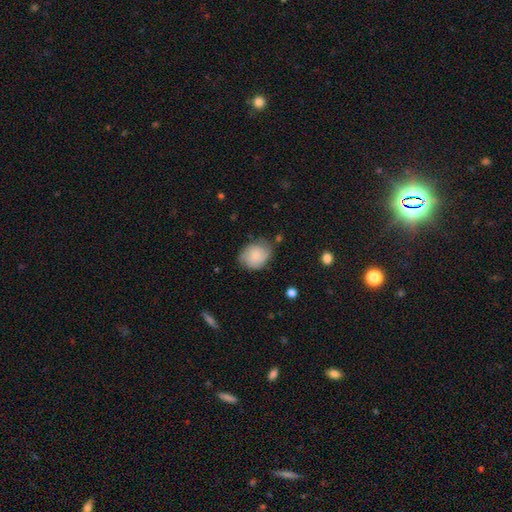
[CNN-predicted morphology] Smooth or featured? smooth (66%)
How rounded? in between (55%)
Merging? none (66%)